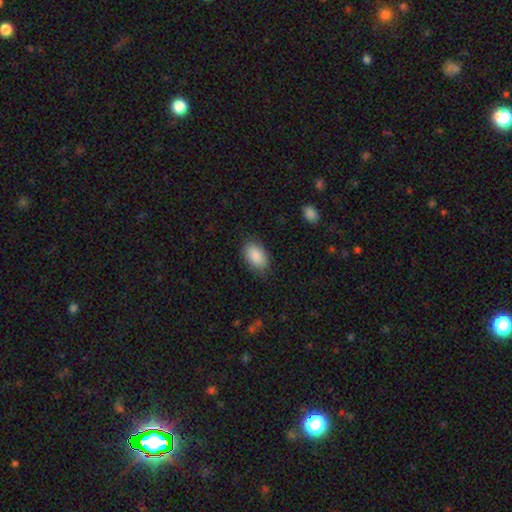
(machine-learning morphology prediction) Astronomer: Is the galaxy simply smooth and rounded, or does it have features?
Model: smooth — 89%.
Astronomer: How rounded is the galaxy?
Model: in between — 92%.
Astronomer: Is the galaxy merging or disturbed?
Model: none — 81%.